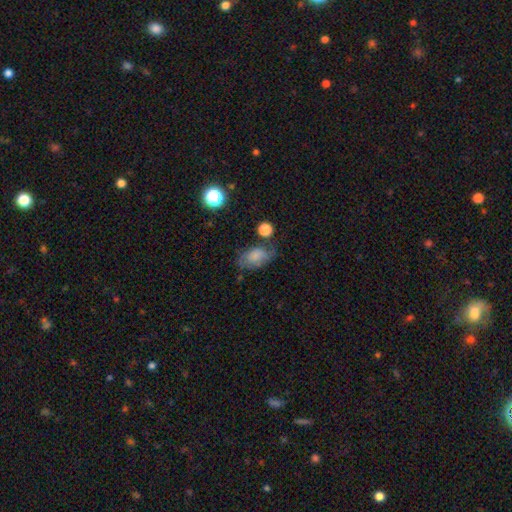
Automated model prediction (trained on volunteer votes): A smooth galaxy with no disk features (69%) that is in between round and cigar-shaped (87%).

Vote fractions:
- Smooth or featured? smooth: 69% / featured or disk: 21% / star or artifact: 10%
- How rounded? in between: 87% / round: 11% / cigar-shaped: 2%
- Merging? none: 54% / minor disturbance: 28% / major disturbance: 12% / merger: 6%